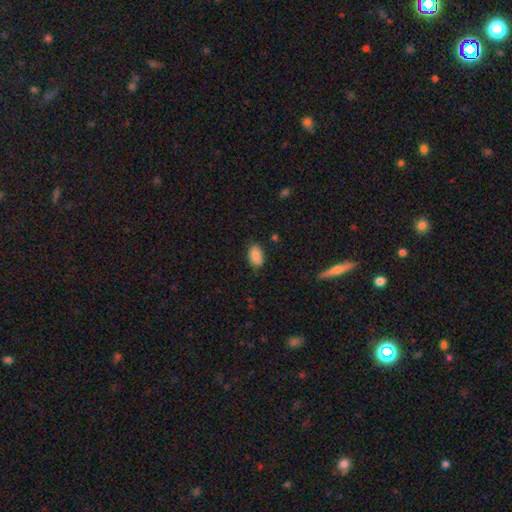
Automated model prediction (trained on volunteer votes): This is clearly a smooth galaxy (87%). How rounded: clearly in between (92%). Merging: clearly none (84%).